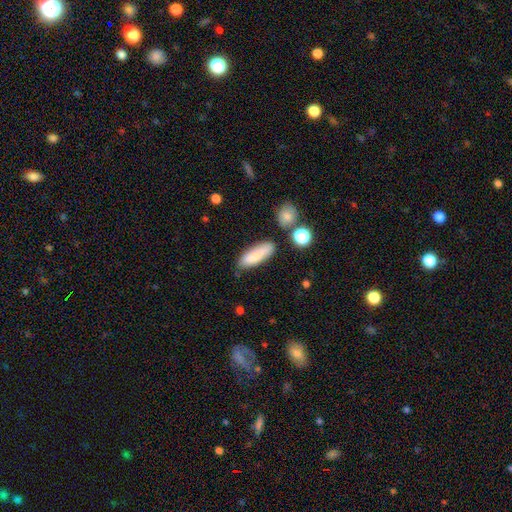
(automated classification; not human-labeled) smooth_or_featured: smooth (p=0.81) [alt: featured or disk p=0.11]
how_rounded: in between (p=0.54) [alt: cigar-shaped p=0.44]
merging: none (p=0.72) [alt: minor disturbance p=0.16]